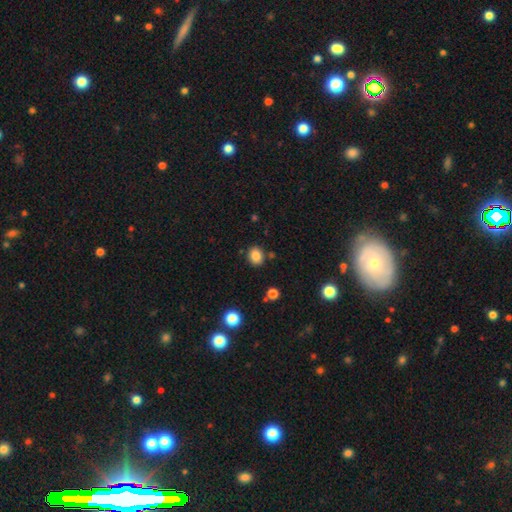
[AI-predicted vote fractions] This appears to be a smooth galaxy with no disk features (85%) that is round (58%). Merging: none (85%).